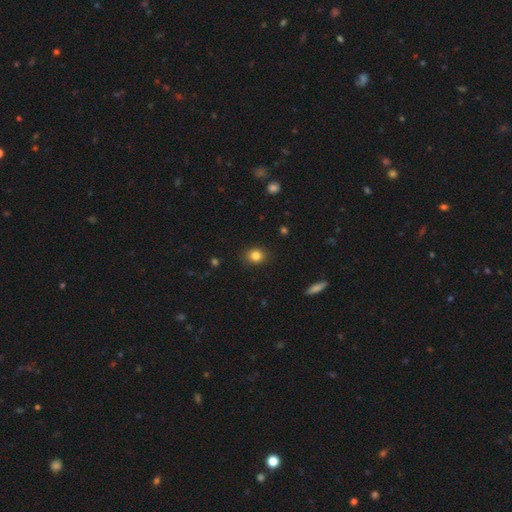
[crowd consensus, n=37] Smooth or featured?
  - smooth: 100% *
  - featured or disk: 0%
  - star or artifact: 0%
How rounded?
  - round: 76% *
  - in between: 24%
  - cigar-shaped: 0%
Merging?
  - none: 81% *
  - minor disturbance: 19%
  - major disturbance: 0%
  - merger: 0%